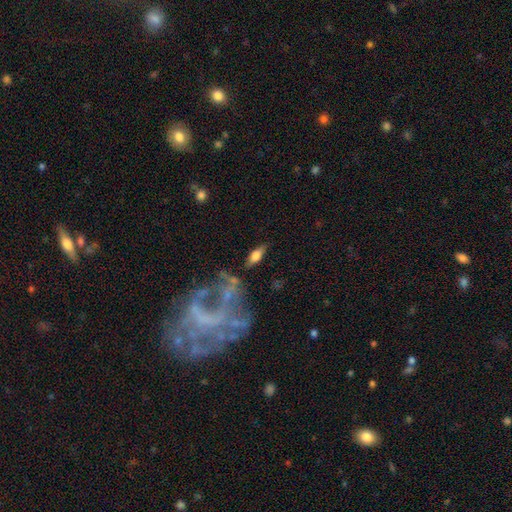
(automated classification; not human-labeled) Morphology: type=smooth (62%); roundness=in between (73%); merging=none (76%).